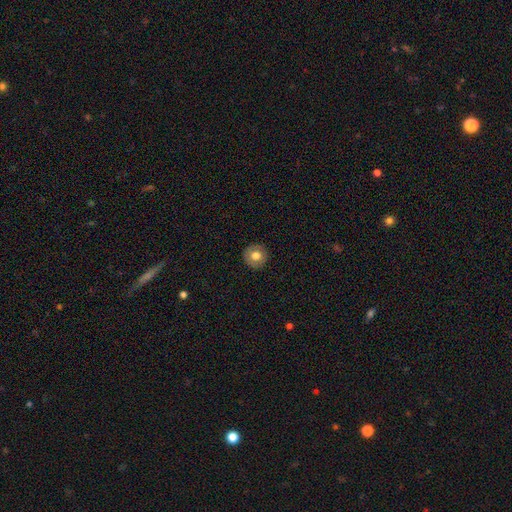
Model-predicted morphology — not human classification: A smooth galaxy with no disk features (74%) that is round (94%). Merging: none (90%).